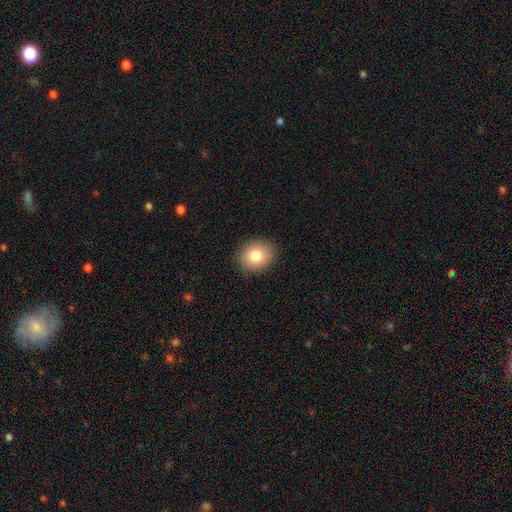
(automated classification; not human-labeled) This is clearly a smooth galaxy (82%). How rounded: likely round (65%). Merging: clearly none (89%).